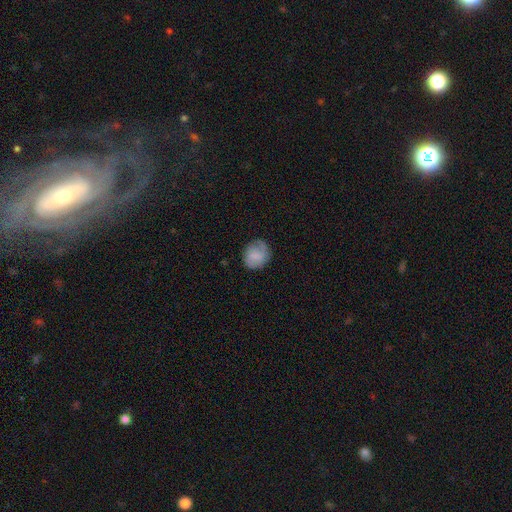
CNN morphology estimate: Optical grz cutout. It shows a smooth galaxy with no disk features (67%) that is round (71%). Merging: none (73%).